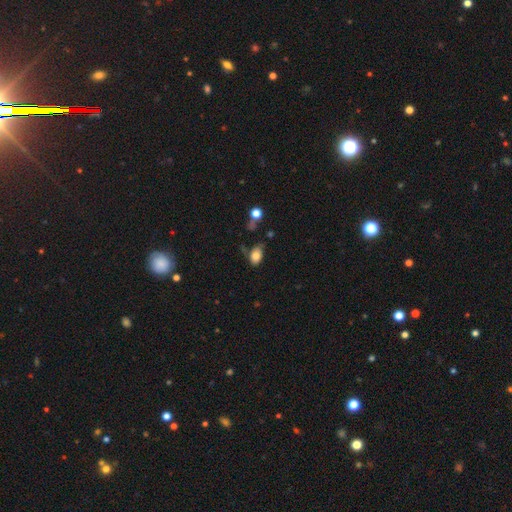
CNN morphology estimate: smooth_or_featured: smooth (p=0.81) [alt: featured or disk p=0.10]
how_rounded: in between (p=0.86) [alt: round p=0.12]
merging: none (p=0.48) [alt: minor disturbance p=0.30]